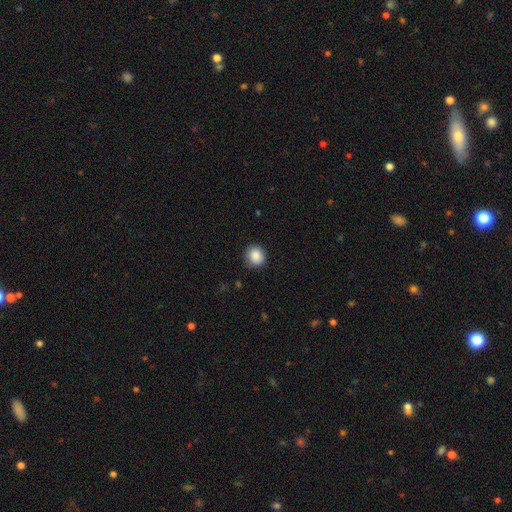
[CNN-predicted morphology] This is clearly a smooth galaxy (87%). How rounded: clearly round (87%). Merging: clearly none (86%).